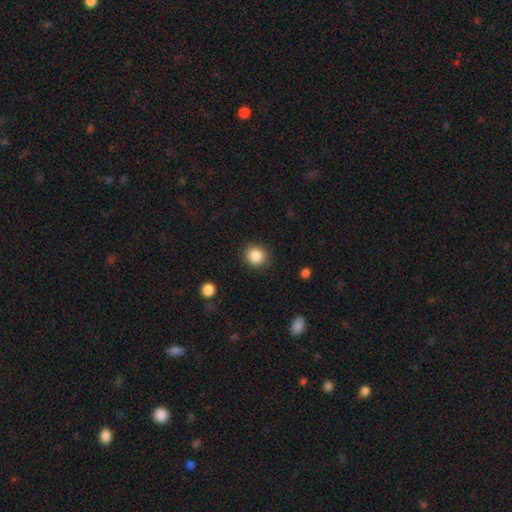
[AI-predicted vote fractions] Smooth or featured?
  - smooth: 87% *
  - star or artifact: 9%
  - featured or disk: 4%
How rounded?
  - round: 84% *
  - in between: 15%
  - cigar-shaped: 1%
Merging?
  - none: 89% *
  - minor disturbance: 7%
  - major disturbance: 3%
  - merger: 1%